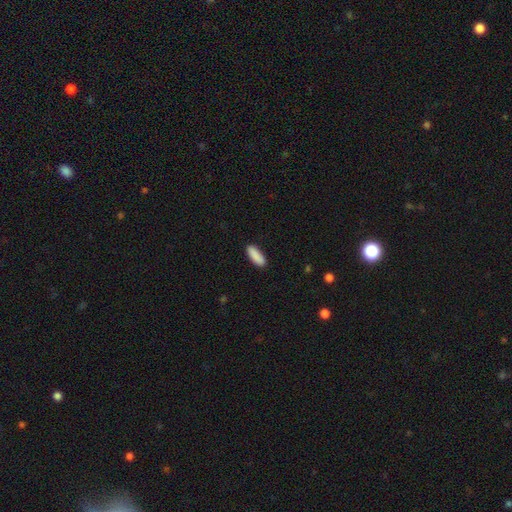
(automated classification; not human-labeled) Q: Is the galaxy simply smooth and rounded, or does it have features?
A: smooth — 90%.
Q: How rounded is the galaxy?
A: in between — 59%.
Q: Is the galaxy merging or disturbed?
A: none — 88%.